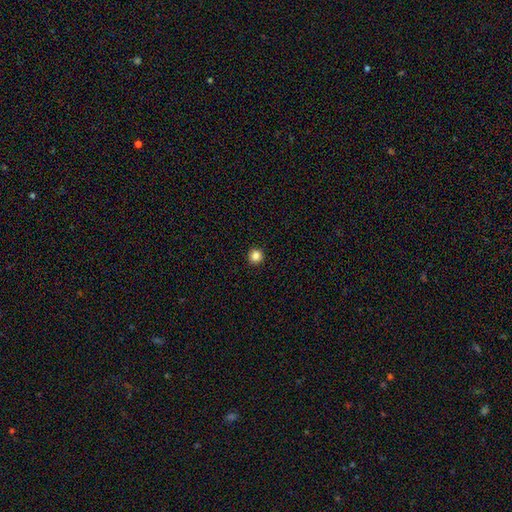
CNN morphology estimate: The model was most divided on "smooth or featured": smooth: 85%, star or artifact: 11%, featured or disk: 4%. More confident: how rounded — round (95%); merging — none (94%).